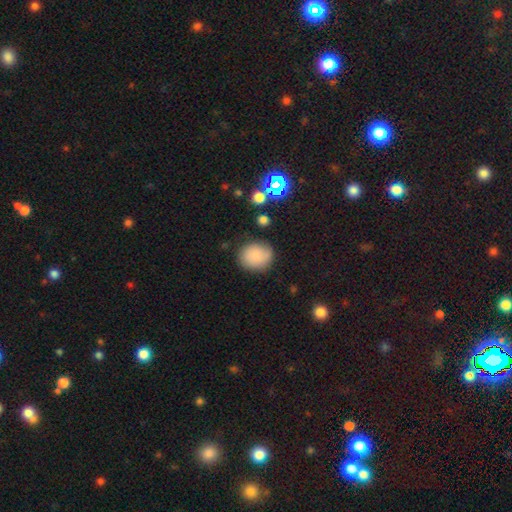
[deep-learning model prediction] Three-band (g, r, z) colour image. It shows a smooth galaxy with no disk features (82%) that is round (73%). Merging: none (76%).